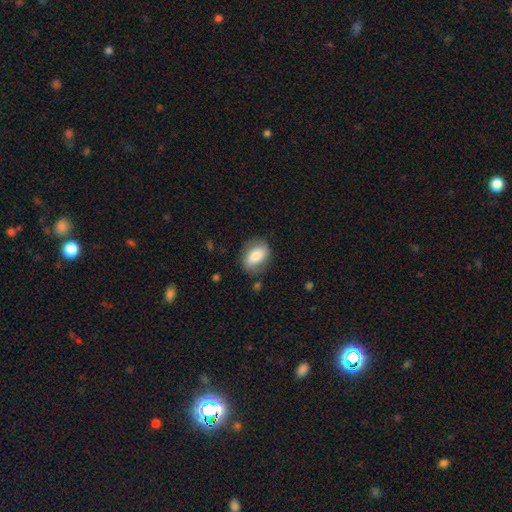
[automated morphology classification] smooth_or_featured: smooth (p=0.74) [alt: featured or disk p=0.19]
how_rounded: in between (p=0.83) [alt: round p=0.15]
merging: none (p=0.77) [alt: minor disturbance p=0.16]